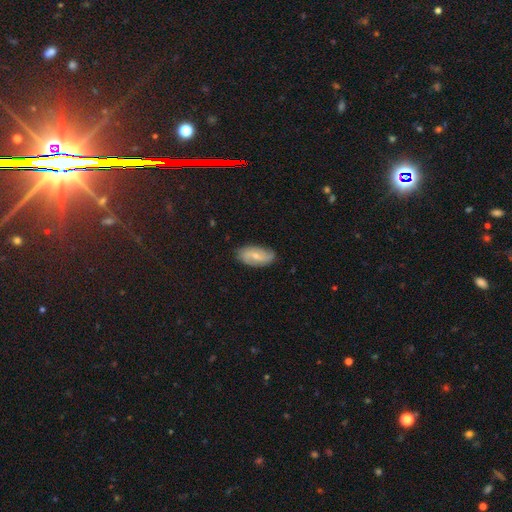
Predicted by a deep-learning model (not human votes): Q: Smooth or featured?
A: featured or disk (58%); runner-up: smooth (36%)
Q: Edge-on disk?
A: no (94%); runner-up: yes (6%)
Q: Bar?
A: weak (44%); runner-up: no (43%)
Q: Spiral arms?
A: yes (86%); runner-up: no (14%)
Q: Bulge size?
A: small (58%); runner-up: moderate (38%)
Q: Merging?
A: none (80%); runner-up: minor disturbance (16%)